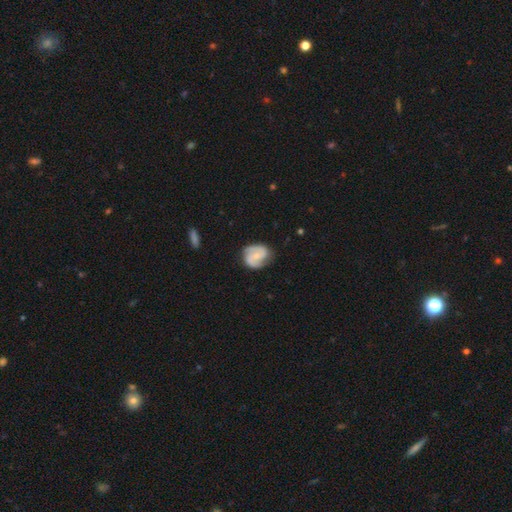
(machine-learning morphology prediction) A featured or disk galaxy (71%) with no bar (57%), 2 (79%) medium (46%) spiral arms (92%) and a small central bulge (55%). Merging: none (71%).